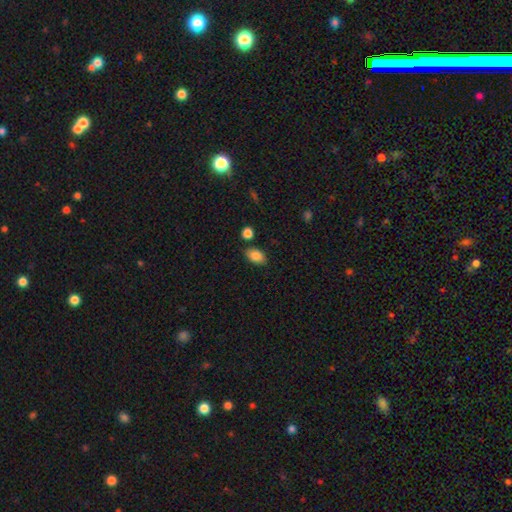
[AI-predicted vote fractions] This appears to be a smooth galaxy with no disk features (85%) that is in between round and cigar-shaped (87%). Merging: none (80%).